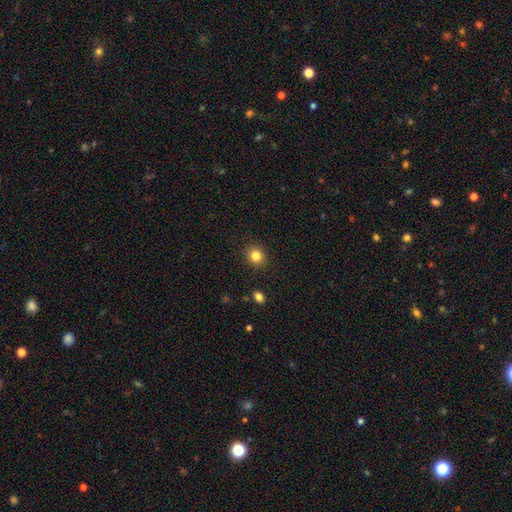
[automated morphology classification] The model was most divided on "how rounded": round: 83%, in between: 16%, cigar-shaped: 1%. More confident: merging — none (91%); smooth or featured — smooth (83%).